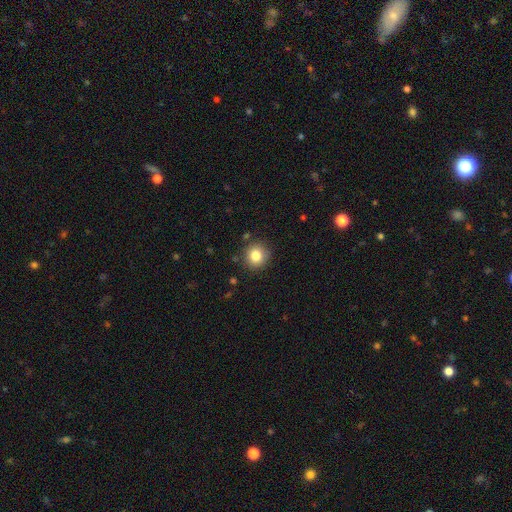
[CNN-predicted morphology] Smooth or featured? Predicted: smooth (p=0.82). How rounded? Predicted: round (p=0.91). Merging? Predicted: none (p=0.88).